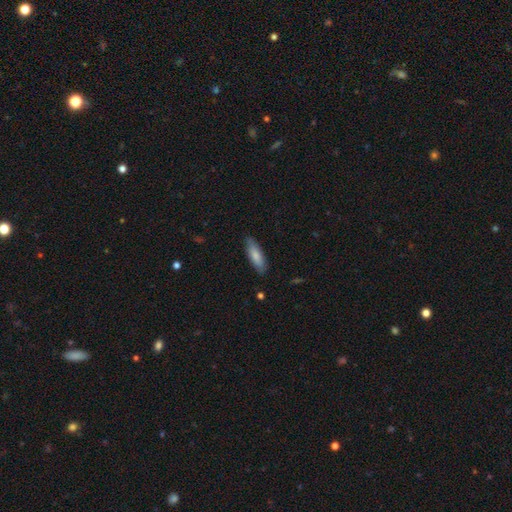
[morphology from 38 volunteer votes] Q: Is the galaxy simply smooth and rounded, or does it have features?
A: smooth — 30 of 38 (79%).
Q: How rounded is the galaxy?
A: cigar-shaped — 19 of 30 (63%).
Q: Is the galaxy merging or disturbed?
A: none — 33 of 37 (89%).